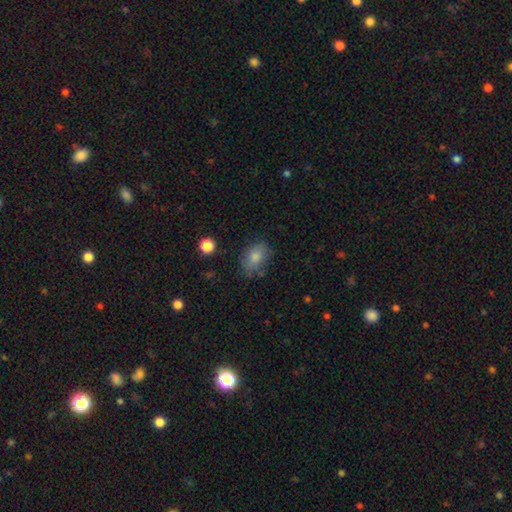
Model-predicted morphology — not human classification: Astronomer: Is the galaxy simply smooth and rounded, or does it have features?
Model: smooth — 79%.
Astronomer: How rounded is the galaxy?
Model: in between — 79%.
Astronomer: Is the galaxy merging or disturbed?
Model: none — 73%.